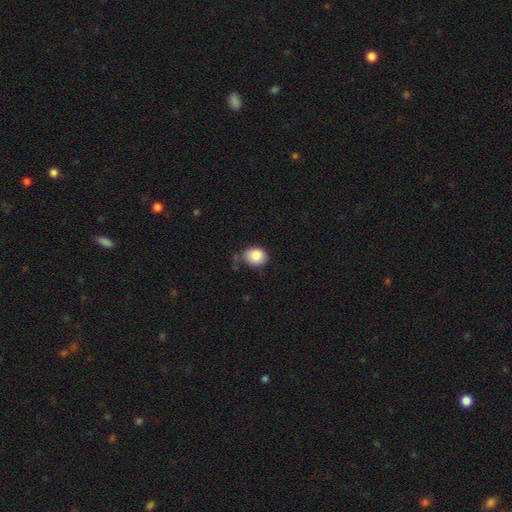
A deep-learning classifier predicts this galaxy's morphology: Smooth or featured: smooth — 86% (star or artifact — 8%)
How rounded: round — 55% (in between — 44%)
Merging: none — 60% (minor disturbance — 27%)